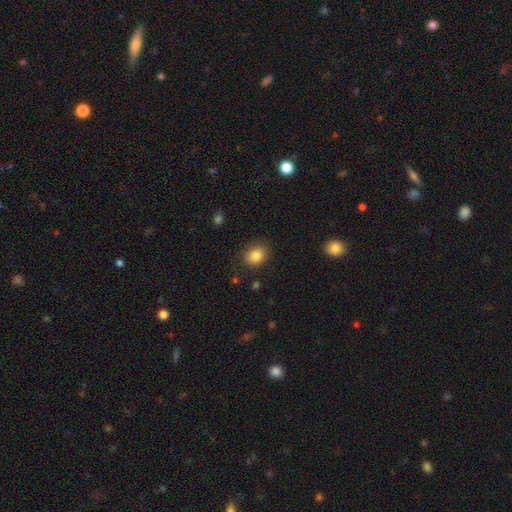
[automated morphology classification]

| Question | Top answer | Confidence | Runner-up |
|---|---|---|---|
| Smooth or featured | smooth | 84% | star or artifact (10%) |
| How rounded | round | 51% | in between (48%) |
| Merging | none | 82% | minor disturbance (13%) |